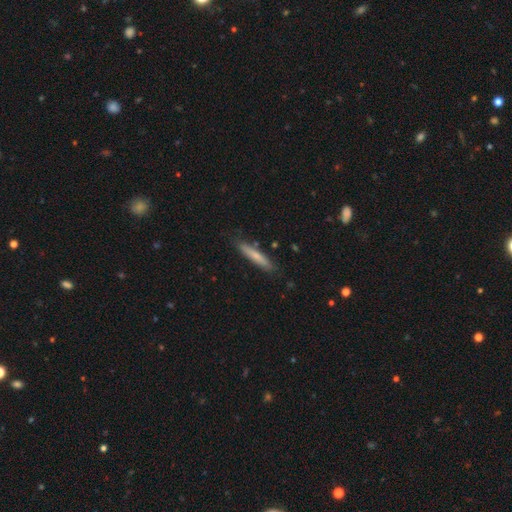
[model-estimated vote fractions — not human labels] smooth 67%, featured or disk 27%, star or artifact 6%. Down the decision tree: how rounded — cigar-shaped (92%); merging — none (84%).